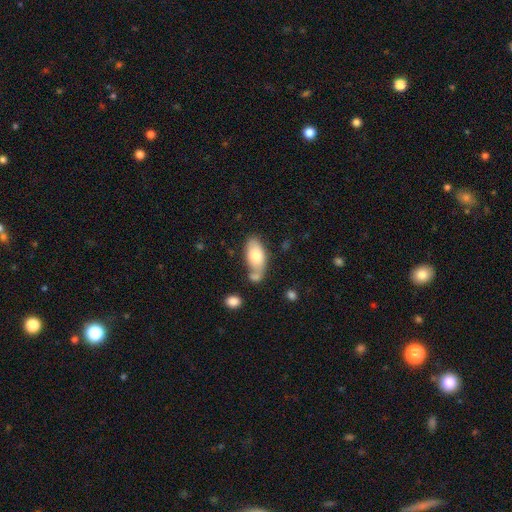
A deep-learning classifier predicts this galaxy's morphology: This appears to be a smooth galaxy with no disk features (75%) that is in between round and cigar-shaped (92%). Merging: none (47%).